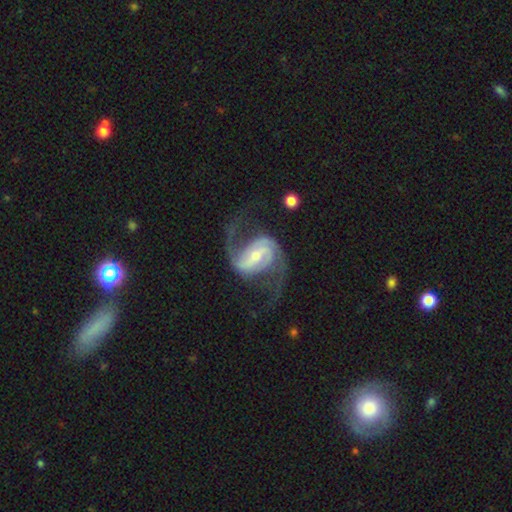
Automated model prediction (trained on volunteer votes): Q: Smooth or featured?
A: featured or disk (91%); runner-up: star or artifact (4%)
Q: Edge-on disk?
A: no (97%); runner-up: yes (3%)
Q: Bar?
A: strong (48%); runner-up: weak (37%)
Q: Spiral arms?
A: yes (98%); runner-up: no (2%)
Q: Spiral winding?
A: medium (44%); tied with: loose (44%)
Q: Spiral arm count?
A: 2 (92%); runner-up: 3 (2%)
Q: Bulge size?
A: small (52%); runner-up: moderate (41%)
Q: Merging?
A: none (67%); runner-up: major disturbance (17%)